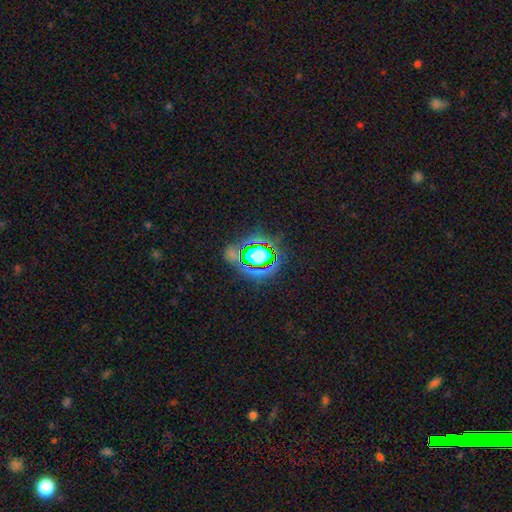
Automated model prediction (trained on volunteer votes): A star or artifact, not a galaxy (77%).

Vote fractions:
- Smooth or featured? star or artifact: 77% / smooth: 14% / featured or disk: 8%